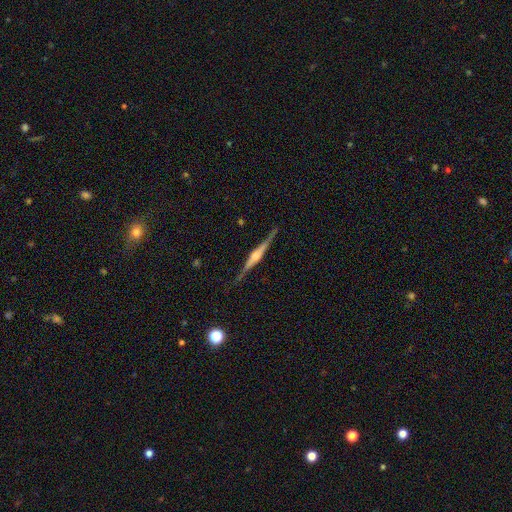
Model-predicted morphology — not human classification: Smooth or featured? Predicted: featured or disk (p=0.83). Edge-on disk? Predicted: yes (p=0.98). Edge-on bulge? Predicted: rounded (p=0.76). Merging? Predicted: none (p=0.88).